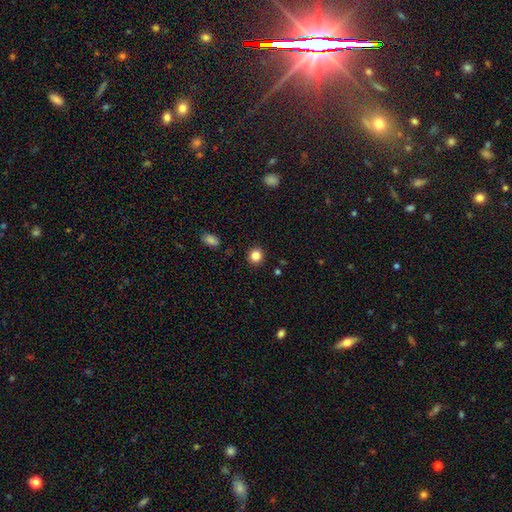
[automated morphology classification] Smooth or featured: smooth — 84% (star or artifact — 11%)
How rounded: round — 88% (in between — 11%)
Merging: none — 91% (minor disturbance — 6%)